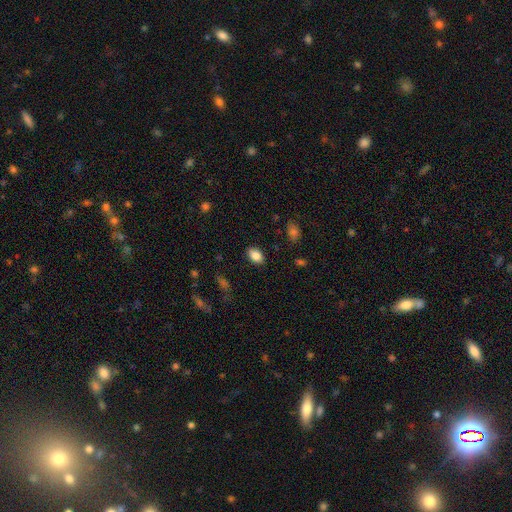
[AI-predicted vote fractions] Smooth or featured: smooth — 85% (star or artifact — 8%)
How rounded: in between — 88% (round — 10%)
Merging: none — 87% (minor disturbance — 9%)